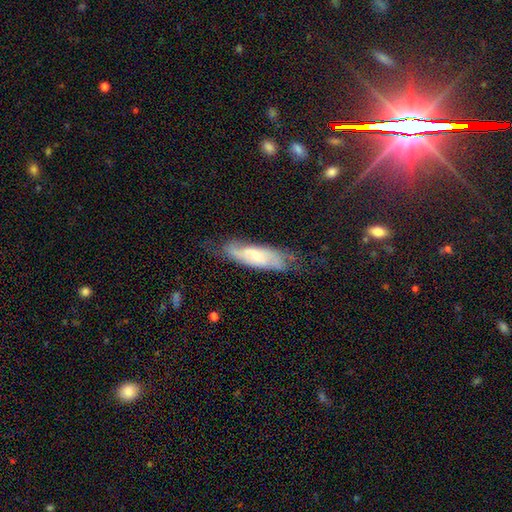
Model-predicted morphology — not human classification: A featured or disk galaxy (57%). Merging: none (62%).